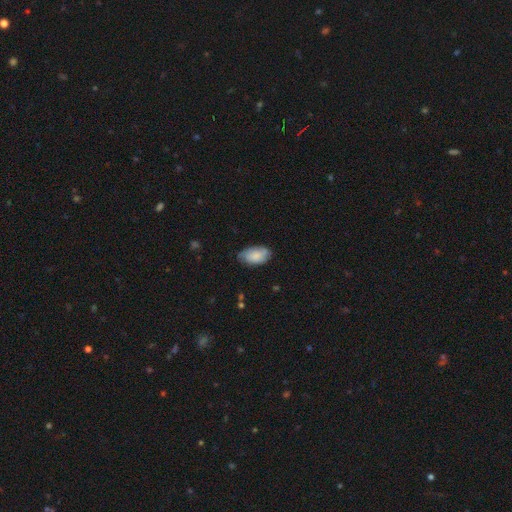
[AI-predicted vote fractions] Morphology: type=smooth (71%); roundness=in between (94%); merging=none (65%).